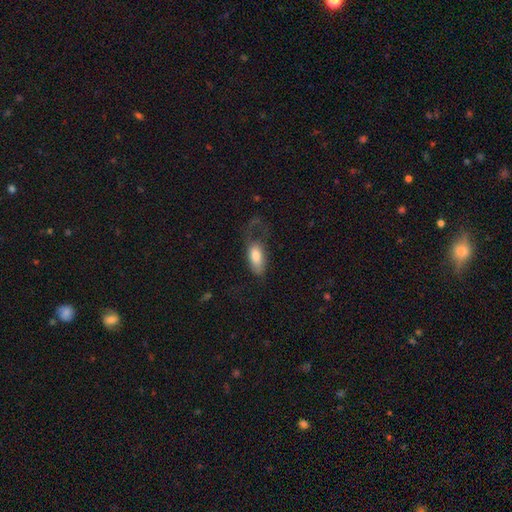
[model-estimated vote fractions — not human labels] A smooth galaxy with no disk features (74%) that is in between round and cigar-shaped (88%). Merging: major disturbance (47%).